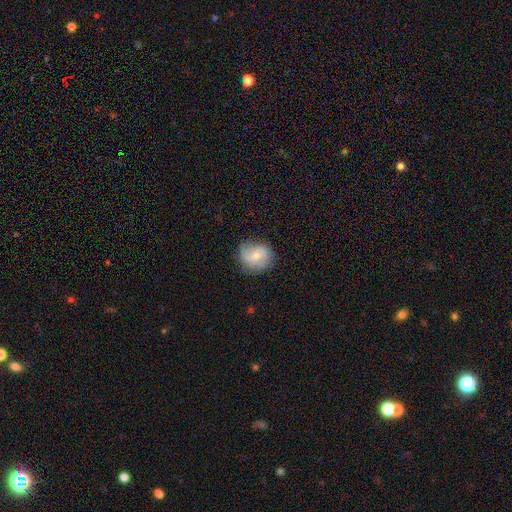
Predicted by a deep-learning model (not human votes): Morphology: type=smooth (57%); roundness=round (79%); merging=none (71%).